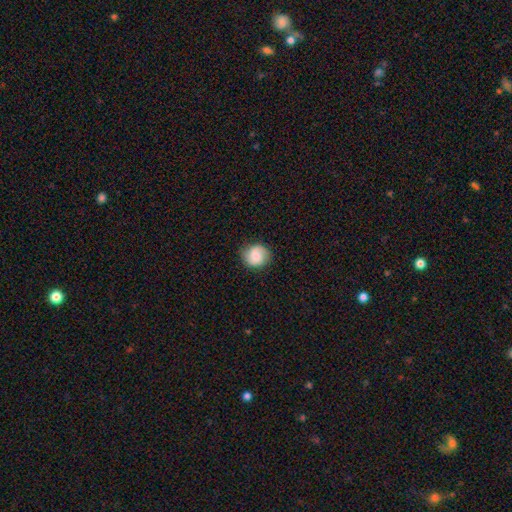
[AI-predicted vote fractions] Smooth or featured: smooth — 68% (featured or disk — 24%)
How rounded: round — 87% (in between — 12%)
Merging: none — 82% (minor disturbance — 13%)